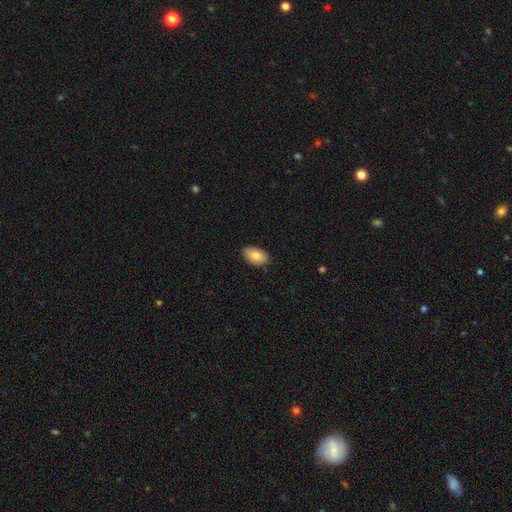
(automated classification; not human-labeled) smooth 83%, featured or disk 11%, star or artifact 7%. Down the decision tree: how rounded — in between (92%); merging — none (87%).